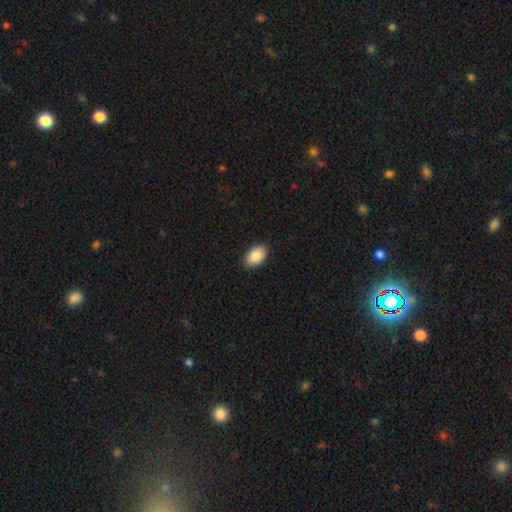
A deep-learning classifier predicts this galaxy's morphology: type=smooth (89%); roundness=in between (92%); merging=none (89%).